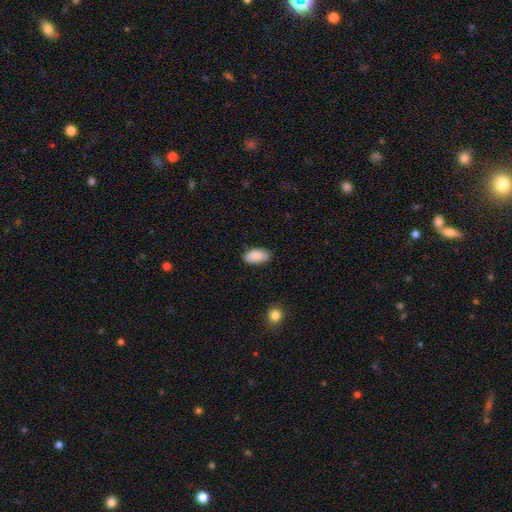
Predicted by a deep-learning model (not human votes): Morphology: type=smooth (88%); roundness=in between (94%); merging=none (82%).